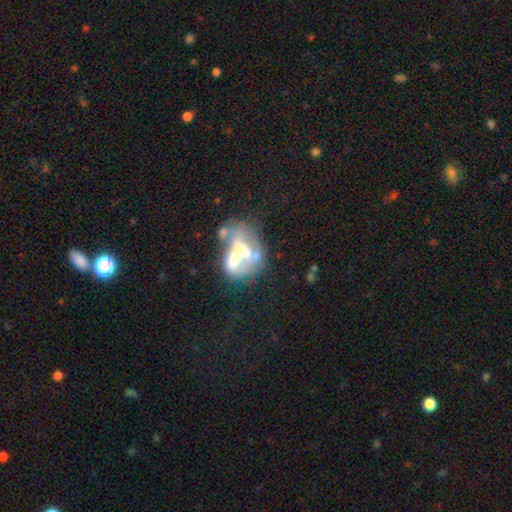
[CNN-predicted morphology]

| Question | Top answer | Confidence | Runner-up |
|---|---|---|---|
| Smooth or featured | featured or disk | 55% | smooth (31%) |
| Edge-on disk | no | 96% | yes (4%) |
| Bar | no | 74% | strong (13%) |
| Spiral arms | no | 90% | yes (10%) |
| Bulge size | none | 39% | moderate (28%) |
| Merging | merger | 36% | major disturbance (30%) |